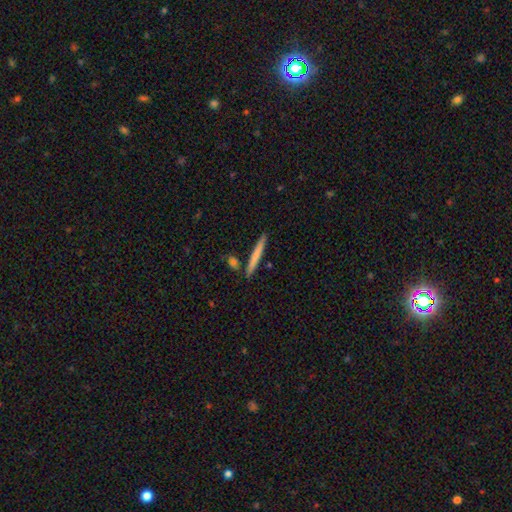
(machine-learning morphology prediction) type=smooth (70%); roundness=cigar-shaped (96%); merging=none (86%).